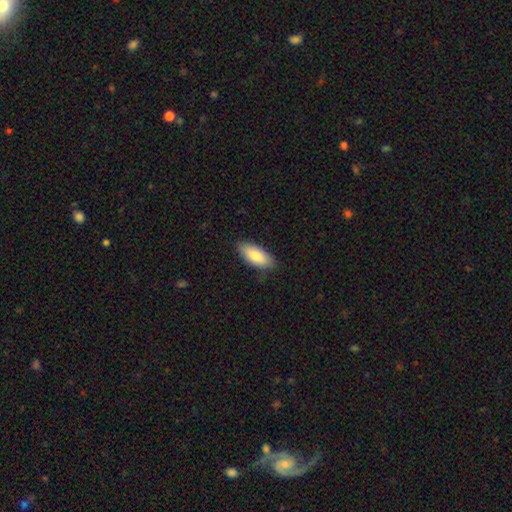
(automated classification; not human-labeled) A smooth galaxy with no disk features (83%) that is in between round and cigar-shaped (86%).

Vote fractions:
- Smooth or featured? smooth: 83% / featured or disk: 11% / star or artifact: 6%
- How rounded? in between: 86% / cigar-shaped: 13% / round: 2%
- Merging? none: 83% / minor disturbance: 14% / major disturbance: 2% / merger: 1%